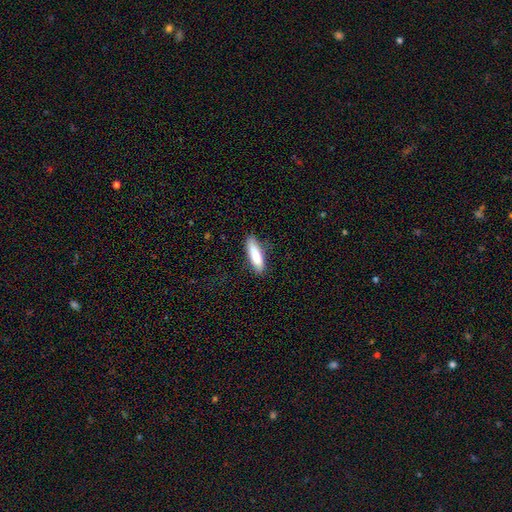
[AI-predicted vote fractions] This appears to be a smooth galaxy with no disk features (84%) that is cigar-shaped (68%). Merging: none (80%).